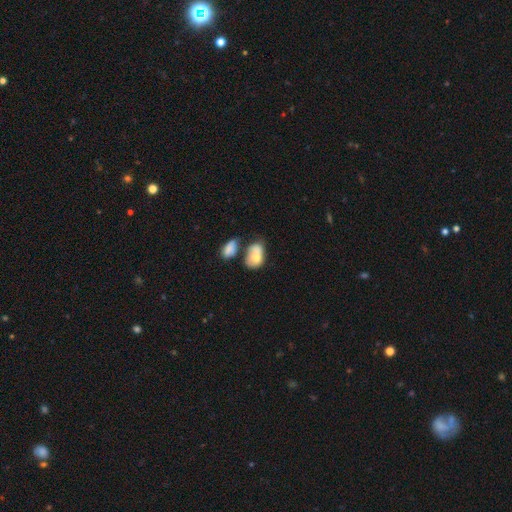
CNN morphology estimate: Smooth or featured: smooth — 71% (featured or disk — 21%)
How rounded: in between — 86% (round — 13%)
Merging: merger — 40% (none — 26%)